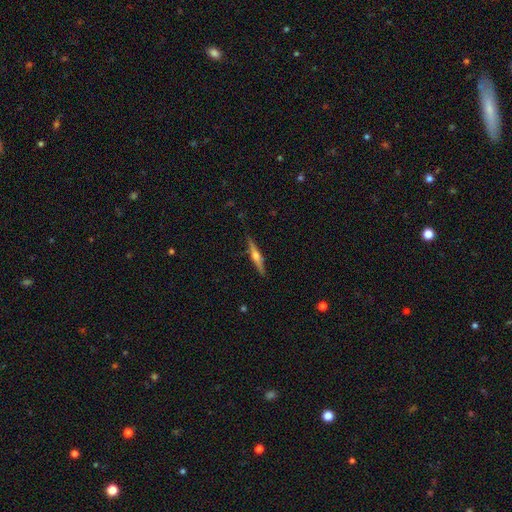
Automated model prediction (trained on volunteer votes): smooth_or_featured: featured or disk (p=0.72) [alt: smooth p=0.22]
disk_edge_on: yes (p=0.97) [alt: no p=0.03]
edge_on_bulge: rounded (p=0.92) [alt: boxy p=0.04]
merging: none (p=0.87) [alt: minor disturbance p=0.10]